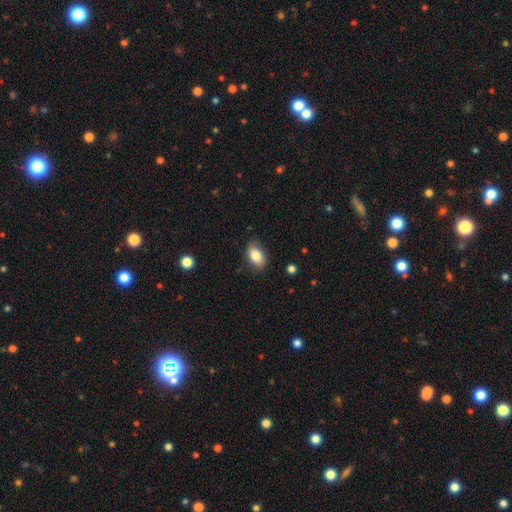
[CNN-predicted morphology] smooth-or-featured: smooth: 82% | featured or disk: 11% | star or artifact: 8%
  how-rounded: in between: 88% | round: 10% | cigar-shaped: 2%
  merging: none: 81% | minor disturbance: 15% | major disturbance: 3% | merger: 1%